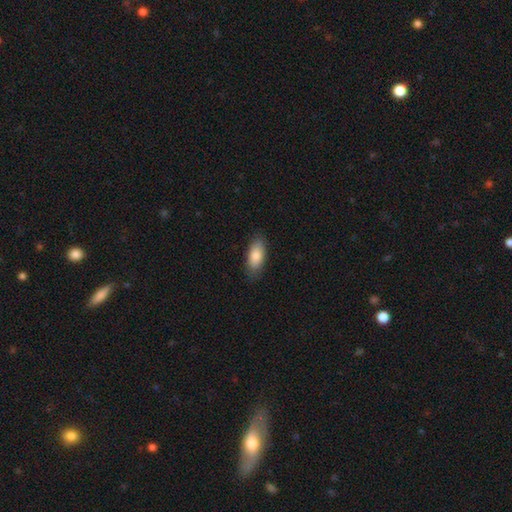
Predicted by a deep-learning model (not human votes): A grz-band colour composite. It shows a smooth galaxy with no disk features (83%) that is in between round and cigar-shaped (86%). Merging: none (84%).